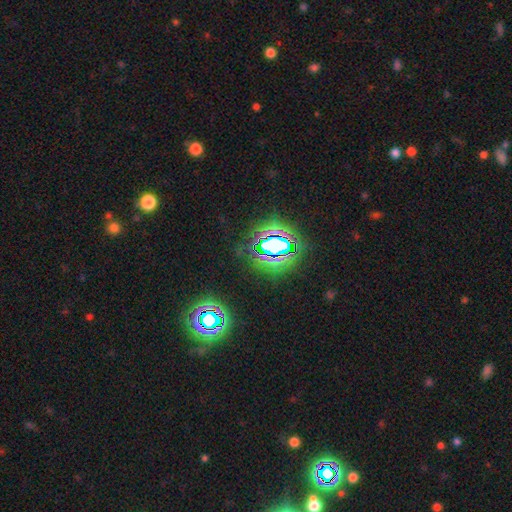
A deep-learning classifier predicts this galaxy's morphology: smooth_or_featured: star or artifact (p=0.82) [alt: smooth p=0.11]